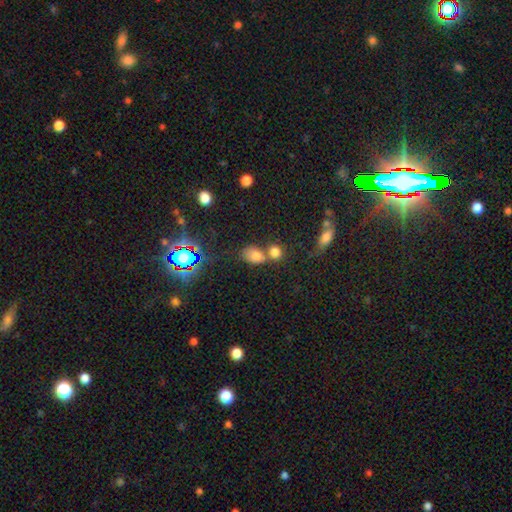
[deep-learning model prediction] This appears to be a smooth galaxy with no disk features (71%) that is in between round and cigar-shaped (72%). Merging: merger (44%).